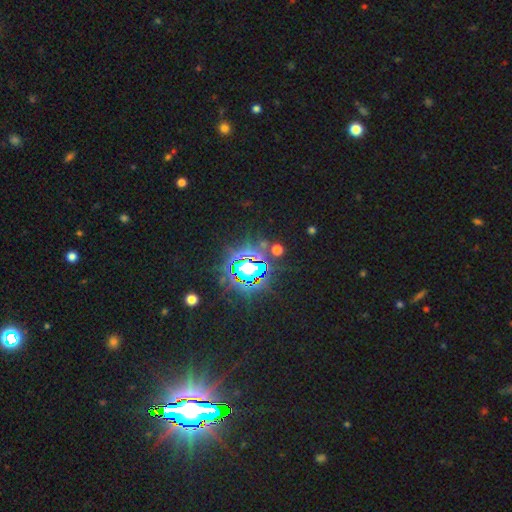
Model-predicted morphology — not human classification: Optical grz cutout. It shows a star or artifact, not a galaxy (85%).